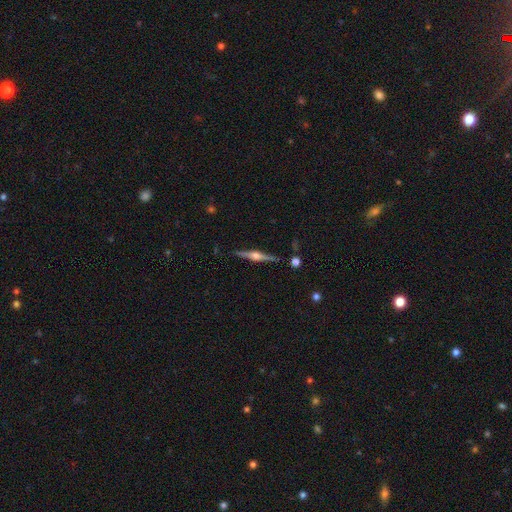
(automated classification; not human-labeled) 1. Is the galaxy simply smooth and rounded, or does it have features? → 83% featured or disk, 12% smooth, 6% star or artifact.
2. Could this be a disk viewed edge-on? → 98% yes, 2% no.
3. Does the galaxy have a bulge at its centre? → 92% rounded, 6% boxy, 2% none.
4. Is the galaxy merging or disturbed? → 89% none, 8% minor disturbance, 2% merger, 2% major disturbance.